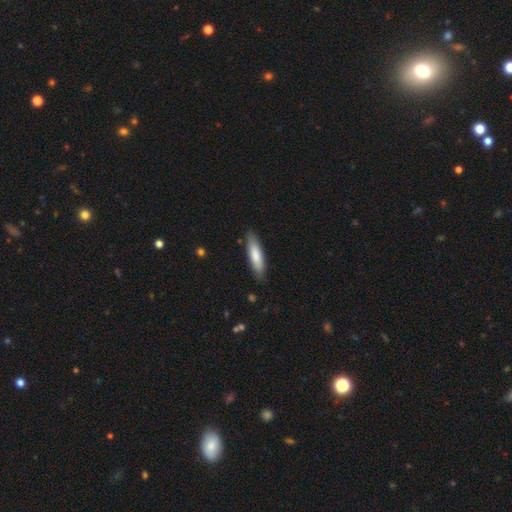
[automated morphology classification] Smooth or featured? Predicted: smooth (p=0.77). How rounded? Predicted: cigar-shaped (p=0.71). Merging? Predicted: none (p=0.85).